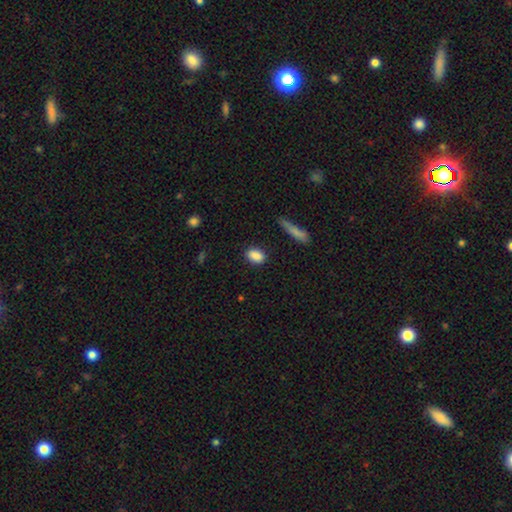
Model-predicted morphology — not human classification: smooth_or_featured: smooth (p=0.88) [alt: star or artifact p=0.07]
how_rounded: in between (p=0.80) [alt: round p=0.16]
merging: none (p=0.85) [alt: minor disturbance p=0.10]